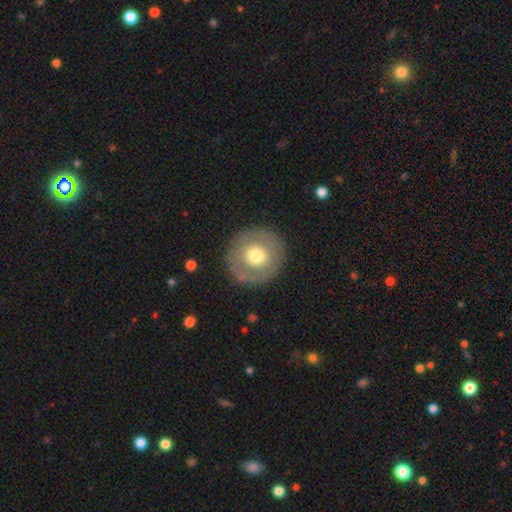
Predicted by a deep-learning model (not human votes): smooth-or-featured: smooth: 60% | featured or disk: 33% | star or artifact: 7%
  how-rounded: round: 95% | in between: 4% | cigar-shaped: 1%
  merging: none: 88% | minor disturbance: 8% | major disturbance: 3% | merger: 1%